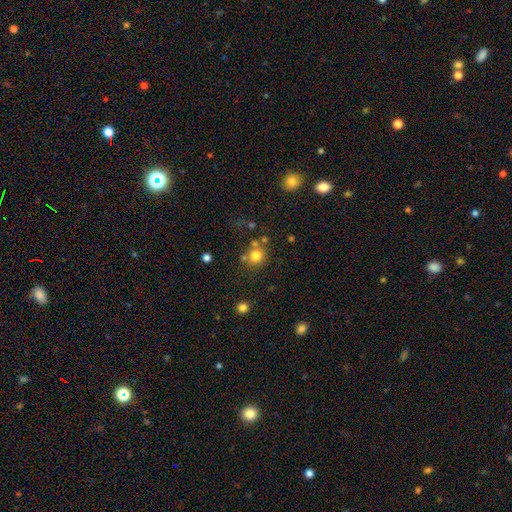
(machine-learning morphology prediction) Smooth or featured: smooth — 77% (star or artifact — 14%)
How rounded: round — 88% (in between — 11%)
Merging: none — 67% (merger — 17%)